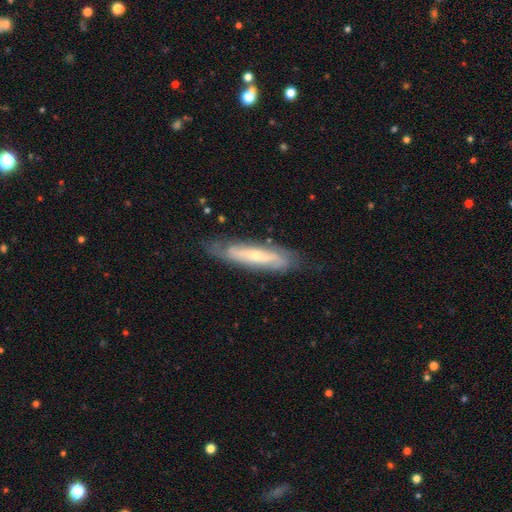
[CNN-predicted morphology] Smooth or featured? featured or disk (68%)
Edge-on disk? no (61%)
Merging? none (71%)